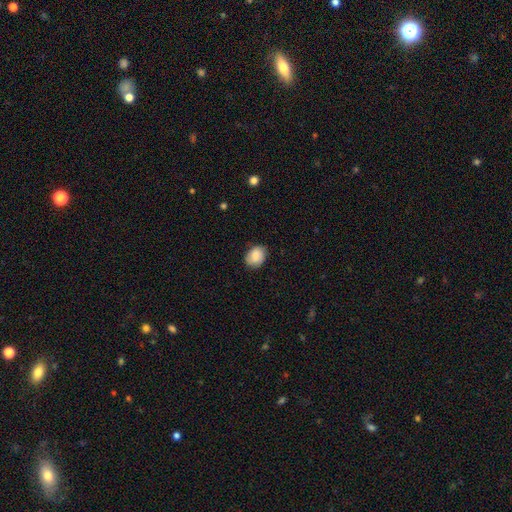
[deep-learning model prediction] smooth 82%, featured or disk 11%, star or artifact 7%. Down the decision tree: how rounded — in between (59%); merging — none (80%).